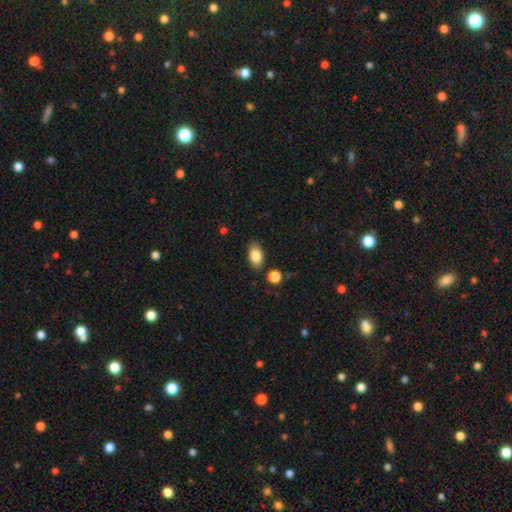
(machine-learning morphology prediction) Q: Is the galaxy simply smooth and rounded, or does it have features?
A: smooth — 83%.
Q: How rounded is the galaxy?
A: in between — 90%.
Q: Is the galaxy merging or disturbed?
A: none — 84%.